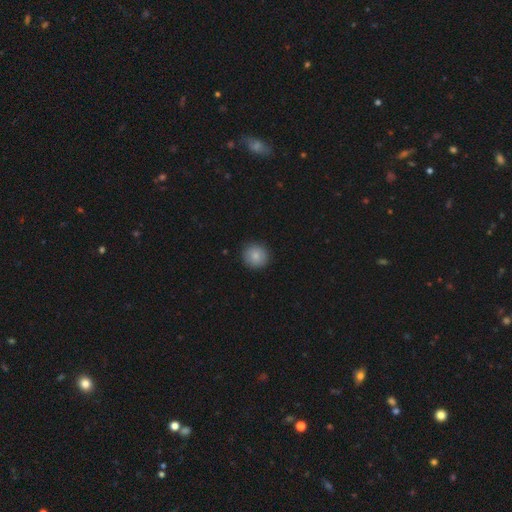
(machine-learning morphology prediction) Smooth or featured?
  - smooth: 85% *
  - star or artifact: 8%
  - featured or disk: 8%
How rounded?
  - round: 91% *
  - in between: 8%
  - cigar-shaped: 1%
Merging?
  - none: 89% *
  - minor disturbance: 8%
  - major disturbance: 2%
  - merger: 1%